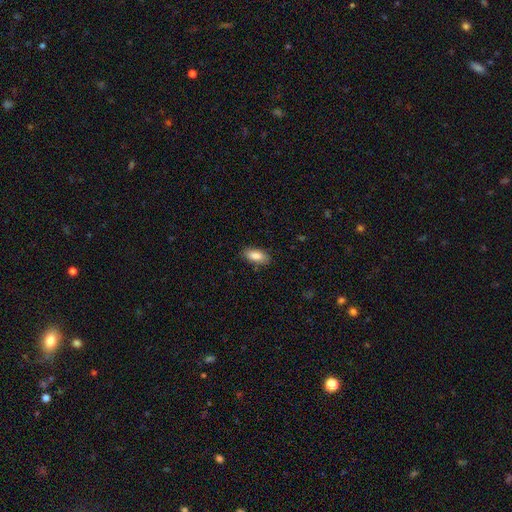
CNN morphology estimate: A smooth galaxy with no disk features (86%) that is in between round and cigar-shaped (88%).

Vote fractions:
- Smooth or featured? smooth: 86% / featured or disk: 8% / star or artifact: 6%
- How rounded? in between: 88% / cigar-shaped: 10% / round: 2%
- Merging? none: 85% / minor disturbance: 11% / major disturbance: 2% / merger: 1%